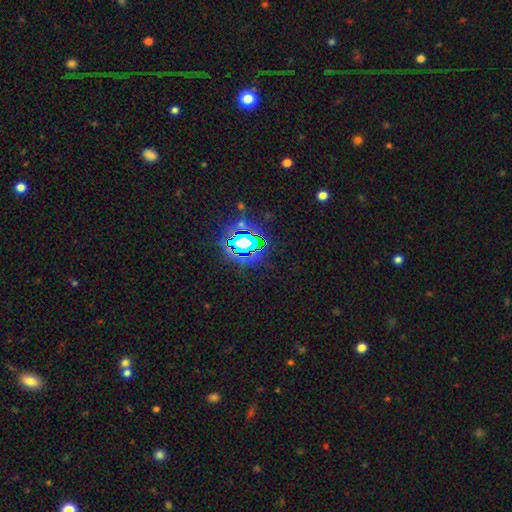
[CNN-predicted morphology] Smooth or featured? Predicted: star or artifact (p=0.82).